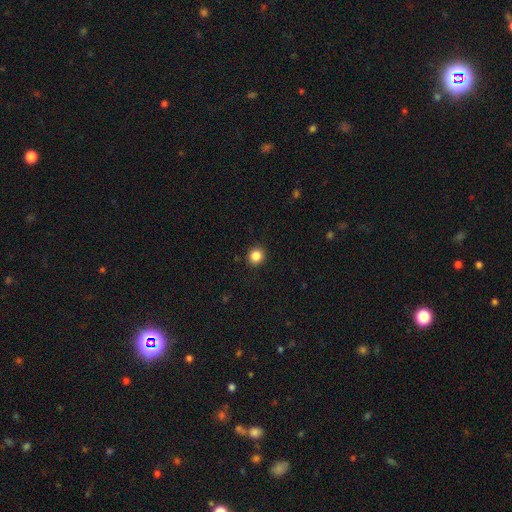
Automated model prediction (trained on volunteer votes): Smooth or featured? smooth (85%)
How rounded? round (92%)
Merging? none (92%)